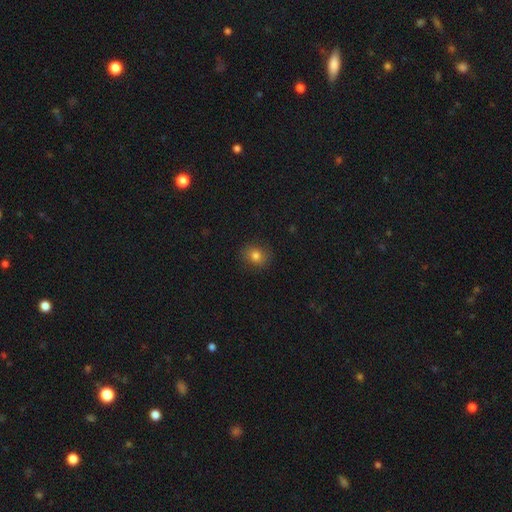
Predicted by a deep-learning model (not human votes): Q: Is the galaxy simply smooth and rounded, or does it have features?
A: smooth — 78%.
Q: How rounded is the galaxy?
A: round — 68%.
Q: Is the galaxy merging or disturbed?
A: none — 86%.